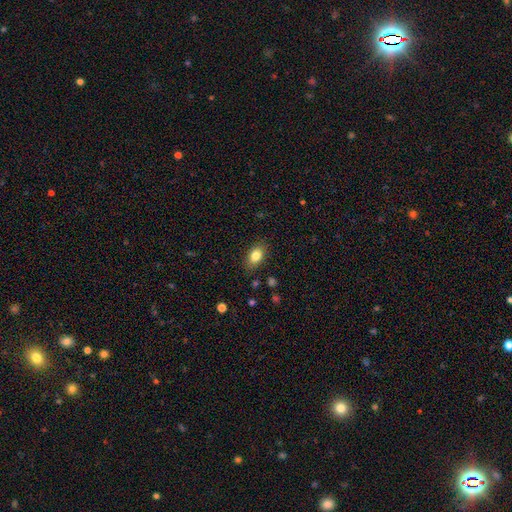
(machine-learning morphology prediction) Smooth or featured? Predicted: smooth (p=0.82). How rounded? Predicted: in between (p=0.84). Merging? Predicted: none (p=0.85).